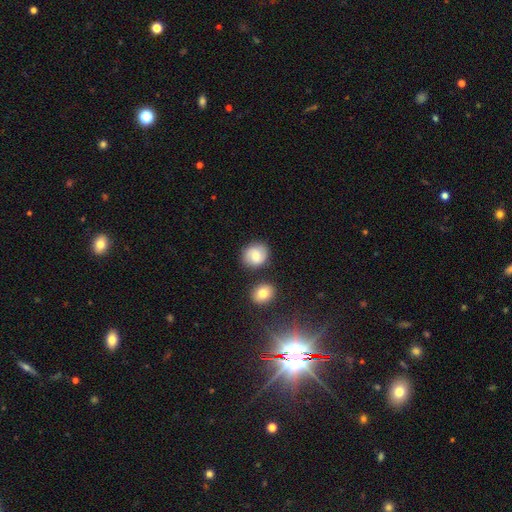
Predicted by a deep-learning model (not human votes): A smooth galaxy with no disk features (61%) that is round (77%). Merging: none (78%).